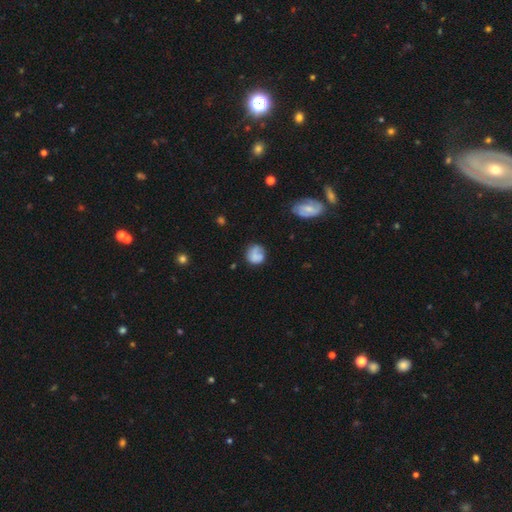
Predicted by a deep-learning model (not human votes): This appears to be a smooth galaxy with no disk features (69%) that is round (78%). Merging: none (56%).